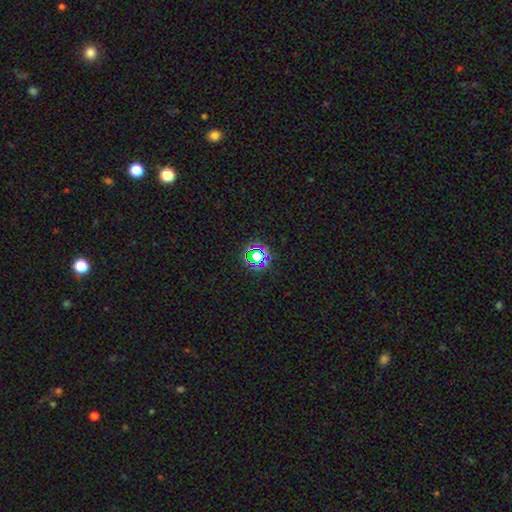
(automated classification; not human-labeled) This is likely a star or artifact rather than a galaxy (62%).